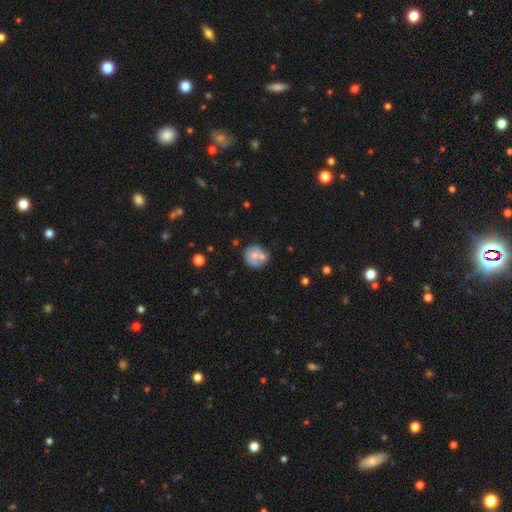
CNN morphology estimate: A smooth galaxy with no disk features (56%) that is round (83%). Merging: none (45%).